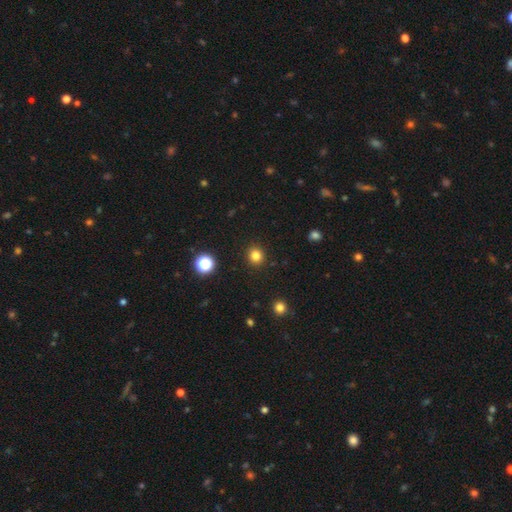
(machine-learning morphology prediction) Q: Smooth or featured?
A: smooth (81%); runner-up: star or artifact (14%)
Q: How rounded?
A: round (88%); runner-up: in between (11%)
Q: Merging?
A: none (91%); runner-up: minor disturbance (6%)